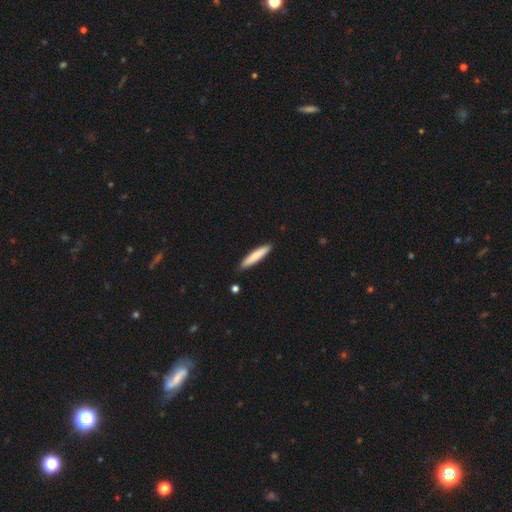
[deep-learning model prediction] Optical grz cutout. It shows a smooth galaxy with no disk features (79%) that is cigar-shaped (88%). Merging: none (89%).